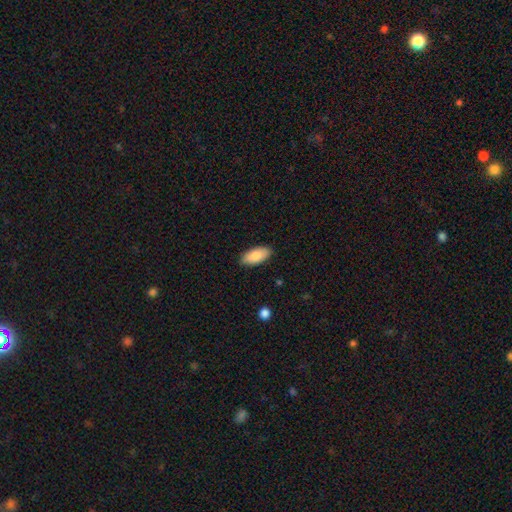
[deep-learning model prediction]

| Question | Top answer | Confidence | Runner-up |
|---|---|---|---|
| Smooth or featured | smooth | 88% | featured or disk (6%) |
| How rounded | in between | 91% | cigar-shaped (7%) |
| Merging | none | 87% | minor disturbance (10%) |